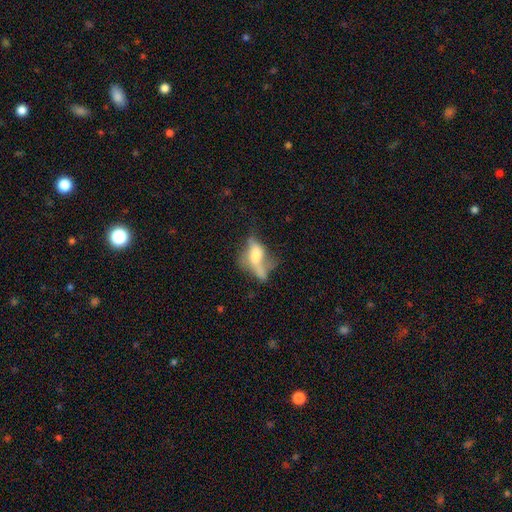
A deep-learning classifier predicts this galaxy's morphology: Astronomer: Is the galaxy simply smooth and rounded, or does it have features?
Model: featured or disk — 45% (runner-up: smooth, 44%).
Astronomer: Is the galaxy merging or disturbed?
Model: major disturbance — 32% (runner-up: none, 26%).